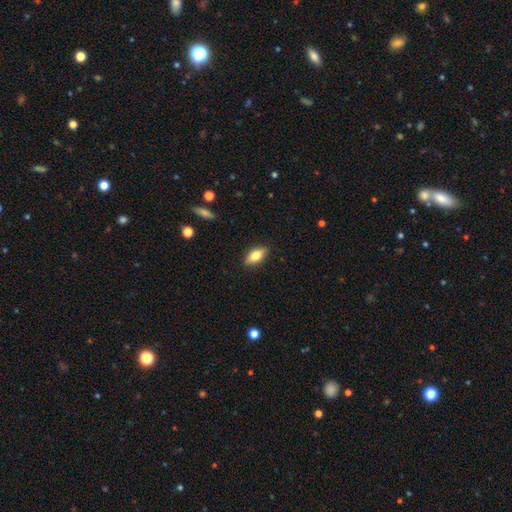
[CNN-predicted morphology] Smooth or featured?
  - smooth: 68% *
  - featured or disk: 25%
  - star or artifact: 7%
How rounded?
  - in between: 79% *
  - cigar-shaped: 17%
  - round: 4%
Merging?
  - none: 88% *
  - minor disturbance: 9%
  - major disturbance: 2%
  - merger: 1%